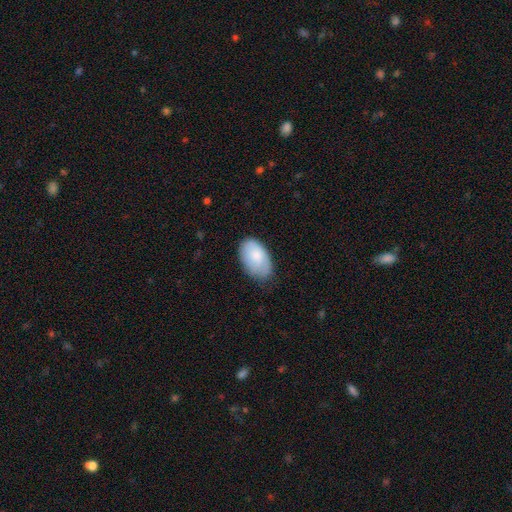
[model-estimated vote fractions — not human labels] Overall: smooth (82%). How rounded: in between (94%). Merging: none (68%).